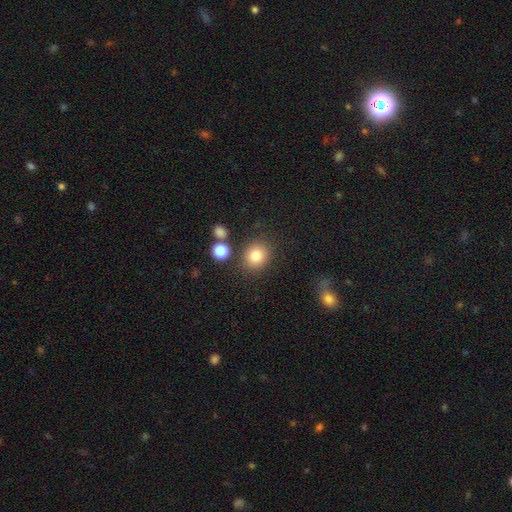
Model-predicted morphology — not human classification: Smooth or featured? Predicted: smooth (p=0.83). How rounded? Predicted: round (p=0.75). Merging? Predicted: none (p=0.81).